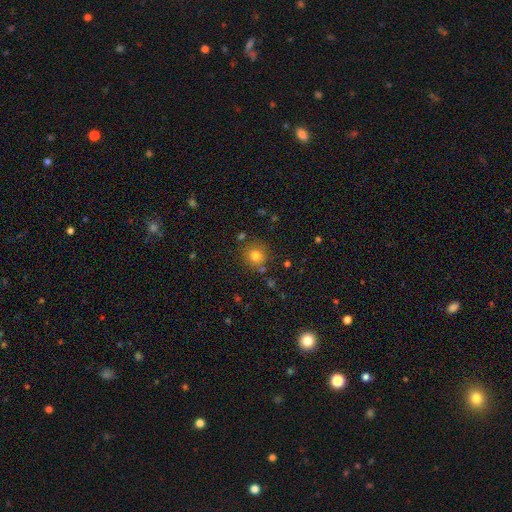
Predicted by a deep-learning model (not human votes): Morphology: type=smooth (79%); roundness=round (89%); merging=none (80%).